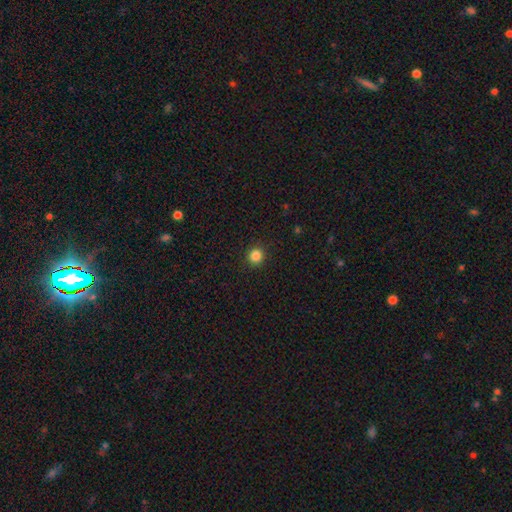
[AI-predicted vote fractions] Smooth or featured?
  - smooth: 85% *
  - star or artifact: 12%
  - featured or disk: 3%
How rounded?
  - round: 94% *
  - in between: 5%
  - cigar-shaped: 1%
Merging?
  - none: 92% *
  - minor disturbance: 5%
  - major disturbance: 2%
  - merger: 1%